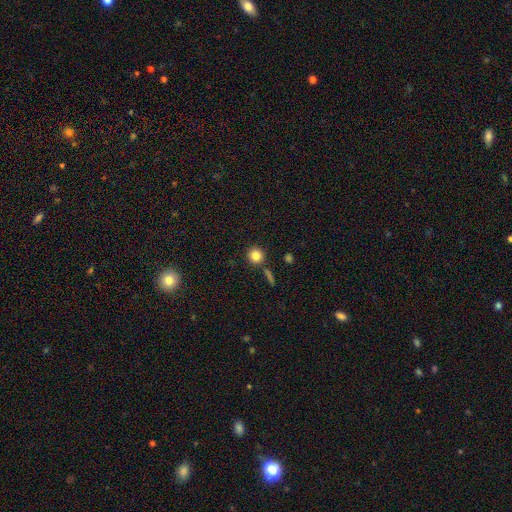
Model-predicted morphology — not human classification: Overall: smooth (83%). How rounded: round (93%). Merging: none (83%).